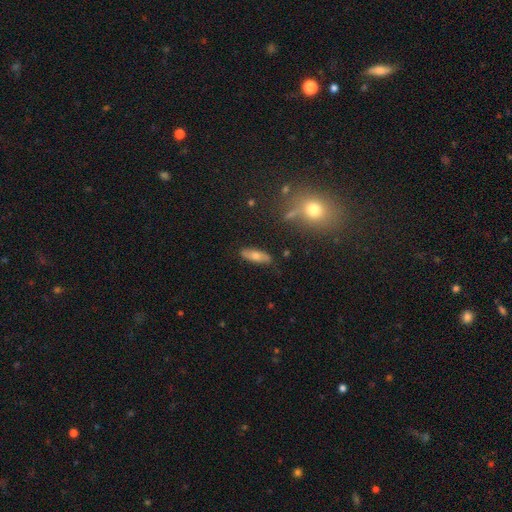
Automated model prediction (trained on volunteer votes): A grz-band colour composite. It shows a smooth galaxy with no disk features (59%) that is in between round and cigar-shaped (56%). Merging: none (84%).